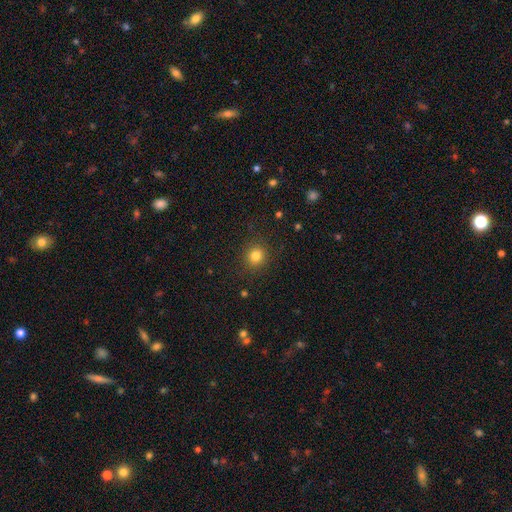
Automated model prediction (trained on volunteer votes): smooth 81%, star or artifact 13%, featured or disk 6%. Down the decision tree: how rounded — round (89%); merging — none (89%).